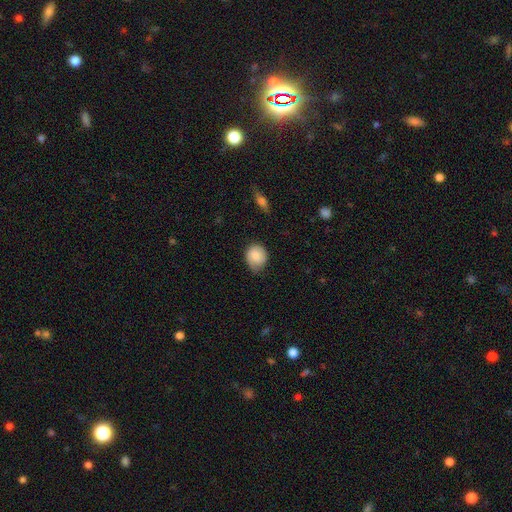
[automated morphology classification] smooth-or-featured: smooth: 82% | featured or disk: 11% | star or artifact: 7%
  how-rounded: round: 66% | in between: 33% | cigar-shaped: 1%
  merging: none: 62% | minor disturbance: 30% | major disturbance: 6% | merger: 1%